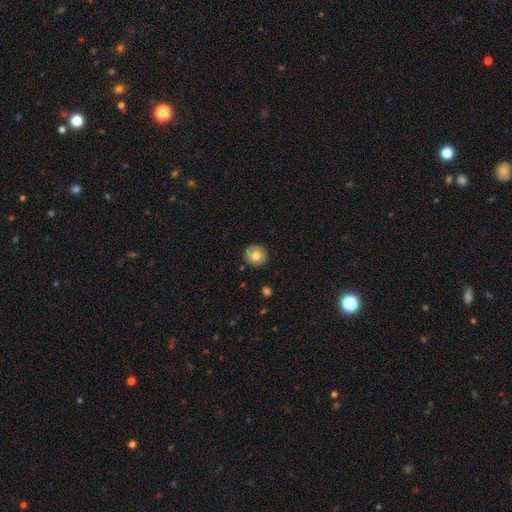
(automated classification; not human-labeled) Q: Smooth or featured?
A: smooth (73%); runner-up: featured or disk (19%)
Q: How rounded?
A: round (90%); runner-up: in between (9%)
Q: Merging?
A: none (89%); runner-up: minor disturbance (8%)